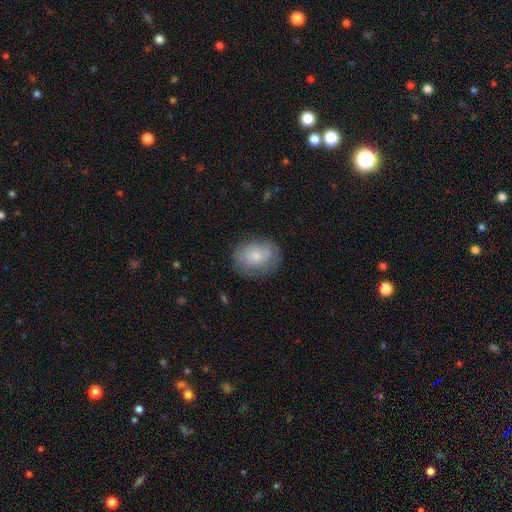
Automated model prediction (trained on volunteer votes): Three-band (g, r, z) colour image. It shows a smooth galaxy with no disk features (70%) that is round (54%). Merging: none (72%).